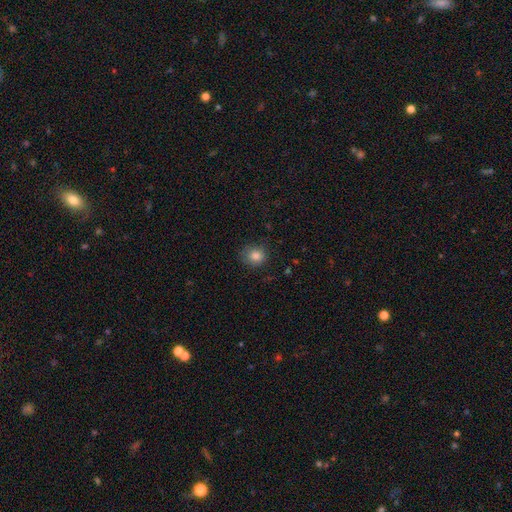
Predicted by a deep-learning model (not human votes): smooth 84%, star or artifact 10%, featured or disk 6%. Down the decision tree: how rounded — round (81%); merging — none (76%).